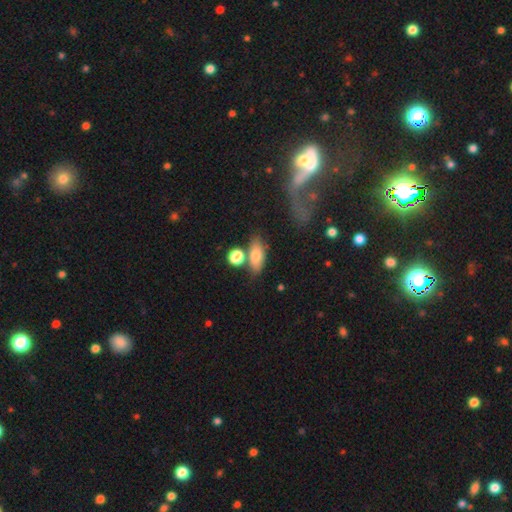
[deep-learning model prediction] Smooth or featured?
  - smooth: 76% *
  - featured or disk: 15%
  - star or artifact: 9%
How rounded?
  - in between: 77% *
  - cigar-shaped: 13%
  - round: 10%
Merging?
  - none: 61% *
  - merger: 19%
  - minor disturbance: 15%
  - major disturbance: 6%